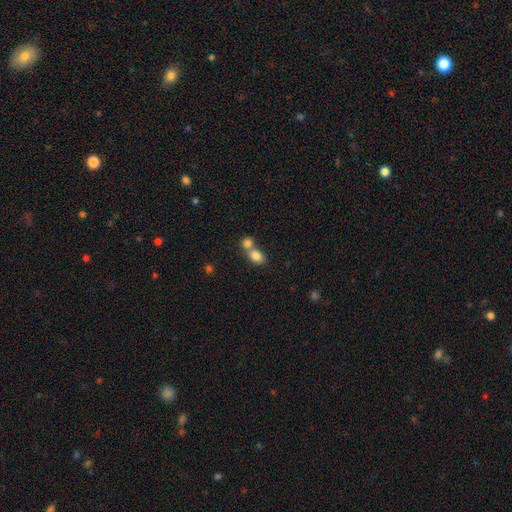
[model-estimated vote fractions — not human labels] Overall: smooth (82%). How rounded: in between (70%). Merging: merger (59%; none 32%).